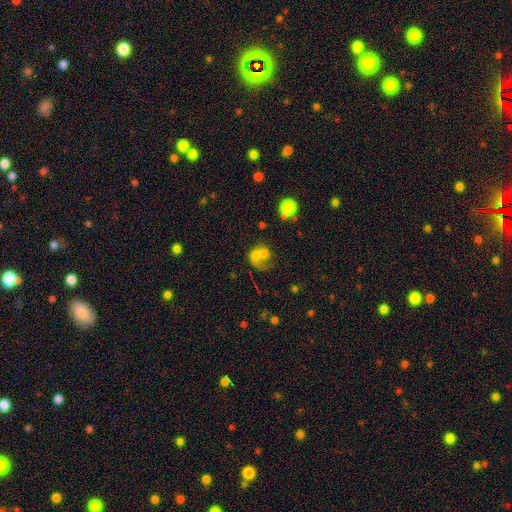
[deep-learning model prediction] Smooth or featured? smooth (60%)
How rounded? round (59%)
Merging? merger (53%)